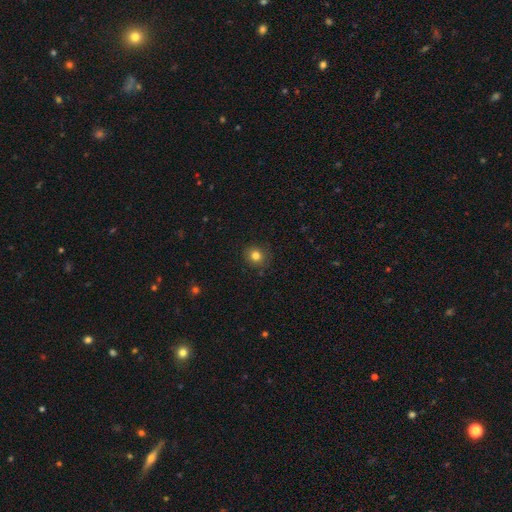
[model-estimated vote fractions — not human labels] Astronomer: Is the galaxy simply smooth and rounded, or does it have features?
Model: smooth — 81%.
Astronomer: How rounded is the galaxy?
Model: round — 83%.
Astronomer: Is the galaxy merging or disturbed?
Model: none — 86%.